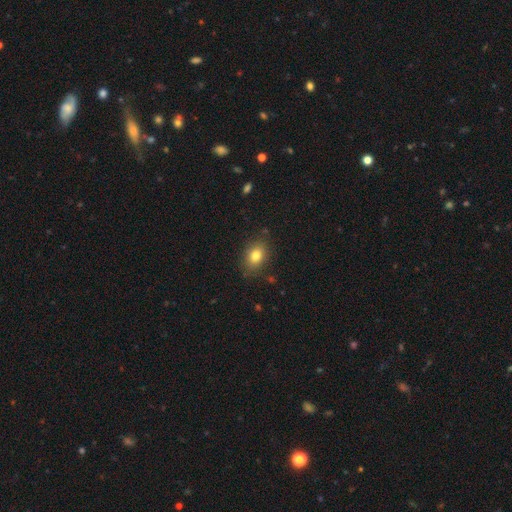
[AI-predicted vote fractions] Q: Smooth or featured?
A: smooth (81%); runner-up: star or artifact (10%)
Q: How rounded?
A: in between (73%); runner-up: round (25%)
Q: Merging?
A: none (83%); runner-up: minor disturbance (13%)